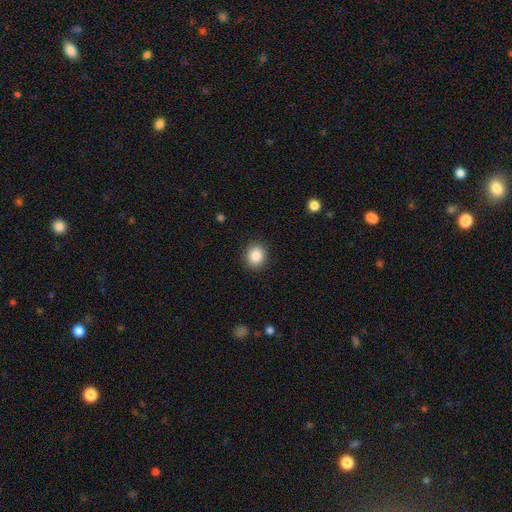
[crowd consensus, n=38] Smooth or featured: smooth — 89% (featured or disk — 8%)
How rounded: round — 76% (in between — 24%)
Merging: none — 89% (minor disturbance — 11%)